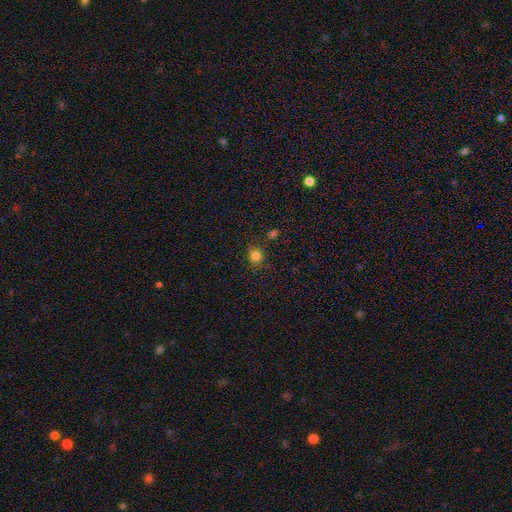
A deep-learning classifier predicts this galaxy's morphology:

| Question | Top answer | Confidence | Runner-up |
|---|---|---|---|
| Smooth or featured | smooth | 81% | star or artifact (14%) |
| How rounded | round | 85% | in between (14%) |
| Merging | none | 83% | minor disturbance (10%) |